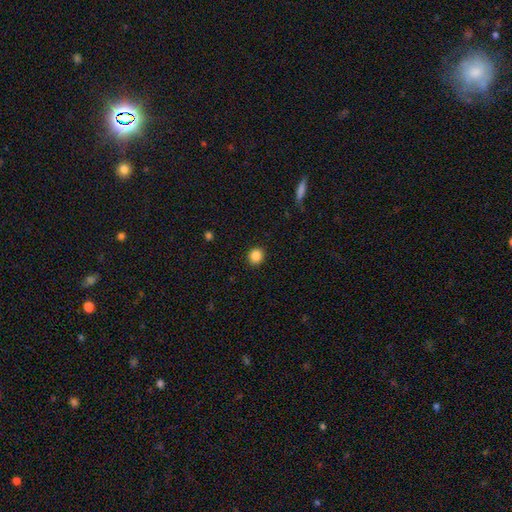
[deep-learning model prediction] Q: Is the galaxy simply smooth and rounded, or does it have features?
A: smooth — 86%.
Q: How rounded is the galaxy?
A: round — 88%.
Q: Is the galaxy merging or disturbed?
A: none — 92%.